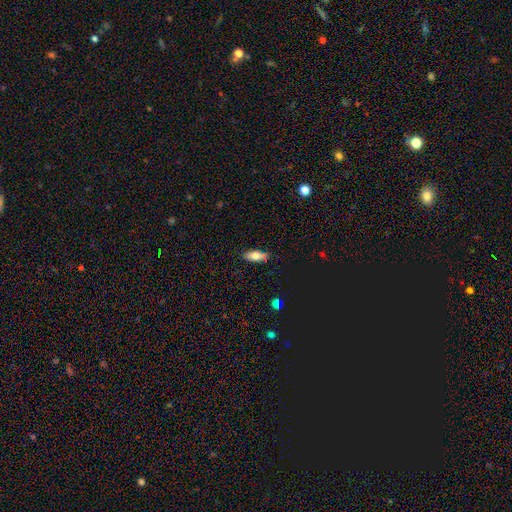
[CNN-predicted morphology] Smooth or featured: smooth — 72% (featured or disk — 19%)
How rounded: in between — 80% (cigar-shaped — 16%)
Merging: none — 74% (minor disturbance — 16%)